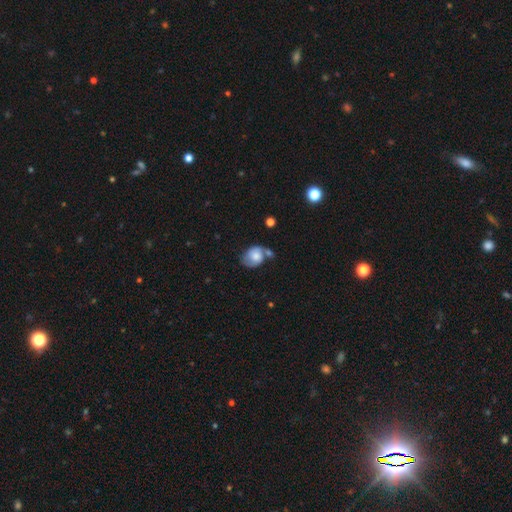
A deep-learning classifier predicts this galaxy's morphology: Smooth or featured? Predicted: smooth (p=0.59). How rounded? Predicted: in between (p=0.51). Merging? Predicted: none (p=0.40).